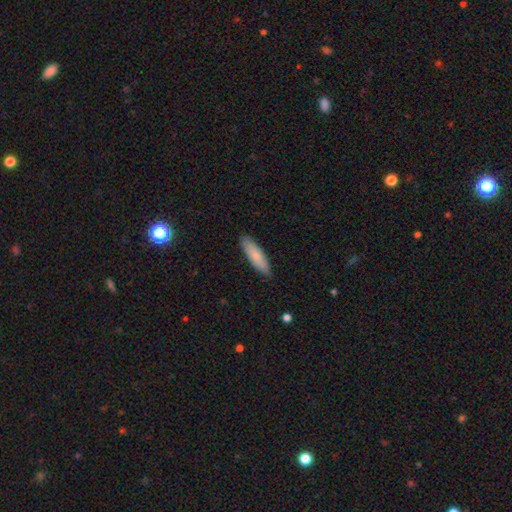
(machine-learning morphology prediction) Q: Smooth or featured?
A: smooth (79%); runner-up: featured or disk (15%)
Q: How rounded?
A: cigar-shaped (59%); runner-up: in between (40%)
Q: Merging?
A: none (86%); runner-up: minor disturbance (11%)